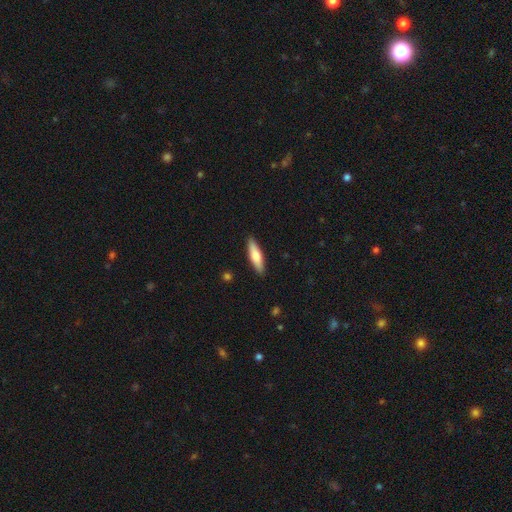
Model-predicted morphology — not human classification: smooth 70%, featured or disk 24%, star or artifact 5%. Down the decision tree: how rounded — cigar-shaped (67%); merging — none (90%).